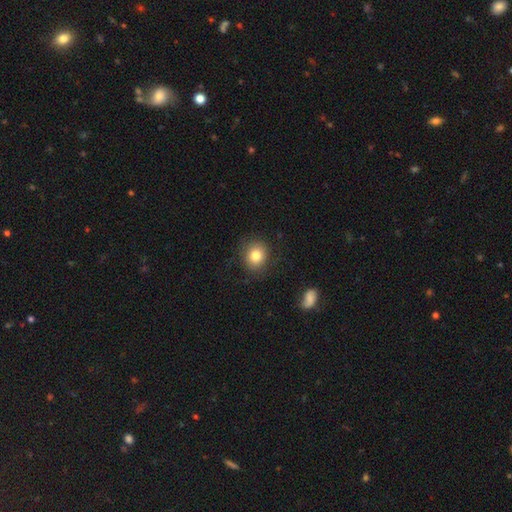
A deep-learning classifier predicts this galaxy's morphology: A smooth galaxy with no disk features (82%) that is round (78%).

Vote fractions:
- Smooth or featured? smooth: 82% / star or artifact: 10% / featured or disk: 9%
- How rounded? round: 78% / in between: 21% / cigar-shaped: 1%
- Merging? none: 85% / minor disturbance: 10% / major disturbance: 3% / merger: 1%